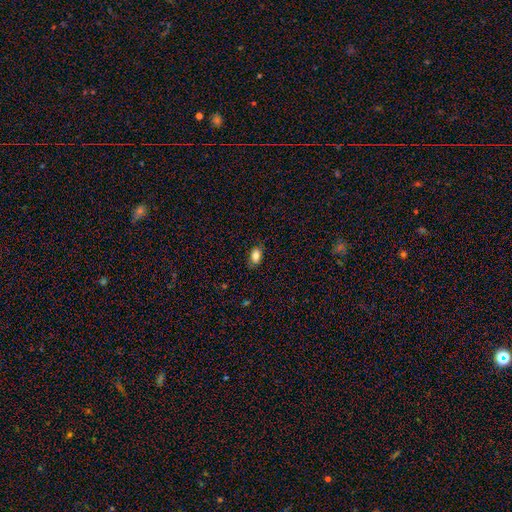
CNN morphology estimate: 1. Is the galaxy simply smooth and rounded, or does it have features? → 83% smooth, 9% star or artifact, 9% featured or disk.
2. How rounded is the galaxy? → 88% in between, 8% round, 3% cigar-shaped.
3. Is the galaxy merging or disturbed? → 80% none, 15% minor disturbance, 3% major disturbance, 1% merger.